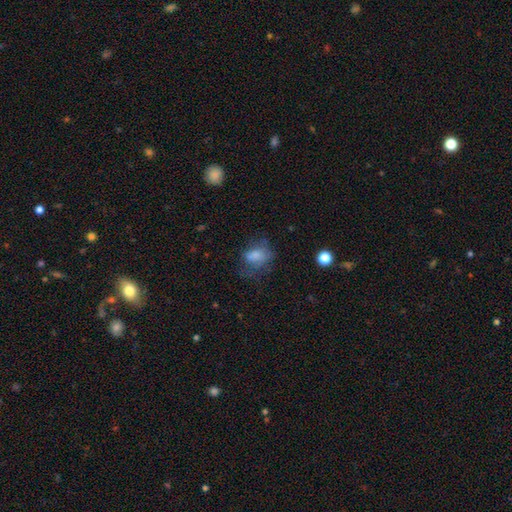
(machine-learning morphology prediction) Smooth or featured: smooth — 73% (featured or disk — 16%)
How rounded: in between — 75% (round — 23%)
Merging: none — 41% (major disturbance — 29%)